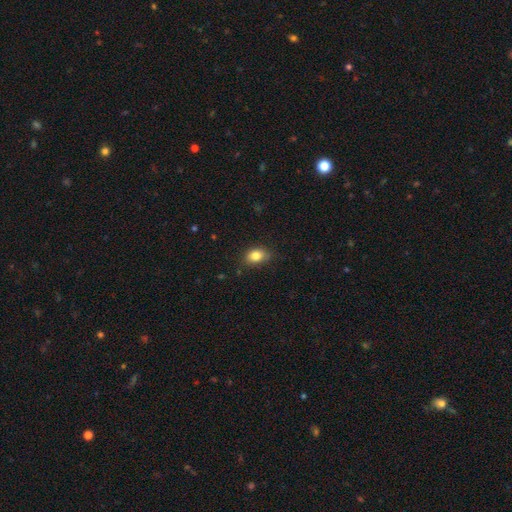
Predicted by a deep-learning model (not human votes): Q: Smooth or featured?
A: smooth (83%); runner-up: star or artifact (9%)
Q: How rounded?
A: in between (77%); runner-up: round (21%)
Q: Merging?
A: none (78%); runner-up: minor disturbance (17%)